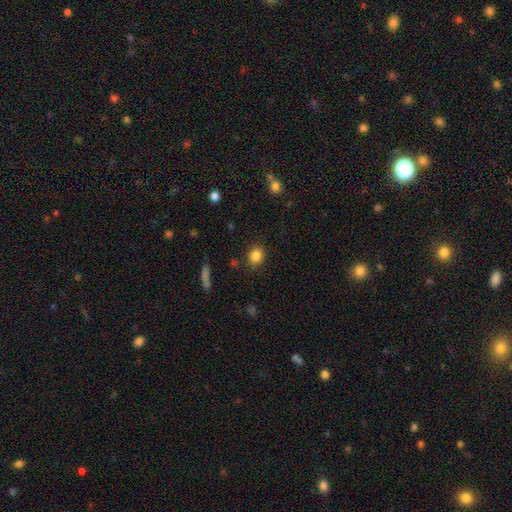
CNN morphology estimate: This appears to be a smooth galaxy with no disk features (85%) that is round (64%). Merging: none (87%).